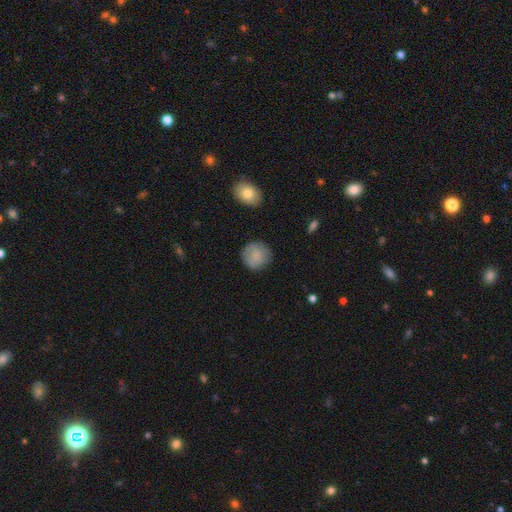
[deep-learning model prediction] smooth_or_featured: smooth (p=0.82) [alt: featured or disk p=0.11]
how_rounded: round (p=0.91) [alt: in between p=0.08]
merging: none (p=0.80) [alt: minor disturbance p=0.14]